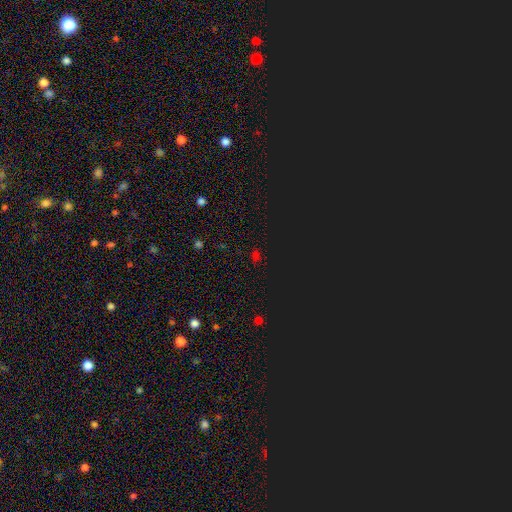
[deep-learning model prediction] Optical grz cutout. It shows a star or artifact, not a galaxy (62%).